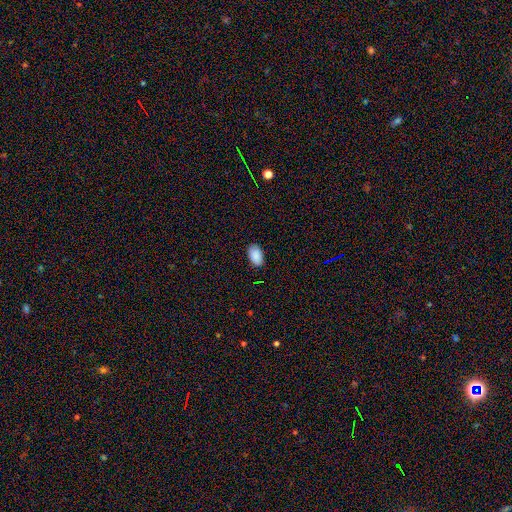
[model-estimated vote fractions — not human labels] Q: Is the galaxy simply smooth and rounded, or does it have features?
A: smooth — 89%.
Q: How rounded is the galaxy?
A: in between — 94%.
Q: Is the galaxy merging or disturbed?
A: none — 86%.